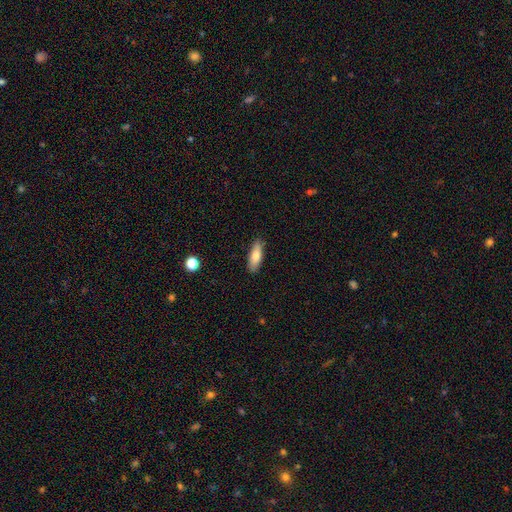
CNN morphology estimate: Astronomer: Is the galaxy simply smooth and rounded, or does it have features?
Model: smooth — 77%.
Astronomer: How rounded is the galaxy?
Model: in between — 57% (runner-up: cigar-shaped, 41%).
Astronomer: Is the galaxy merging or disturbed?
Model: none — 86%.